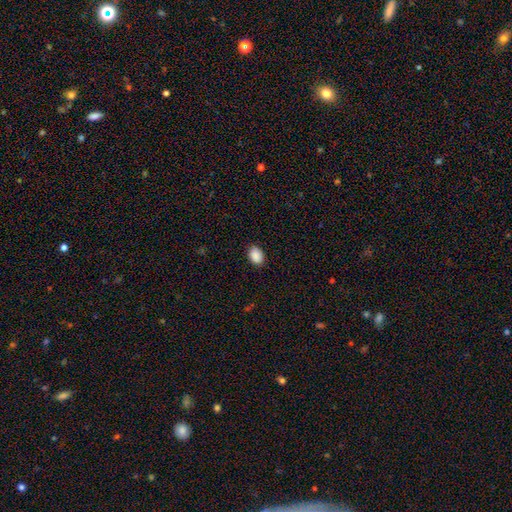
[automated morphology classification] Overall: smooth (90%). How rounded: in between (79%). Merging: none (88%).